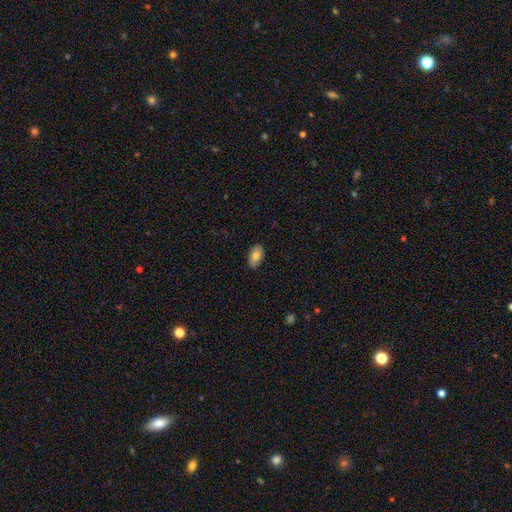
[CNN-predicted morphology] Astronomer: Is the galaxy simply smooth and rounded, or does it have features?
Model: smooth — 79%.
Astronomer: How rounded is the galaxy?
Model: in between — 93%.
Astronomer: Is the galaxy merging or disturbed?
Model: none — 87%.